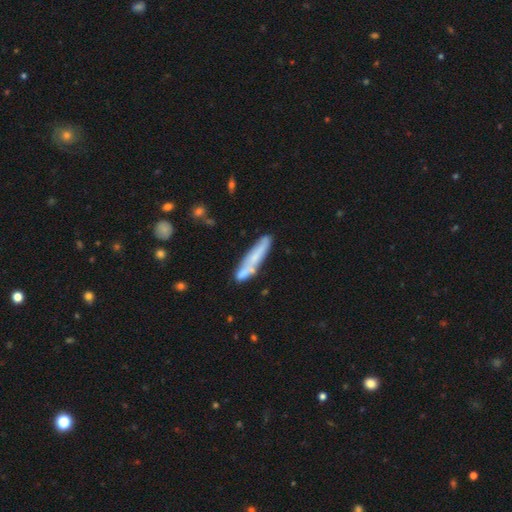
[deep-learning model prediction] Q: Smooth or featured?
A: smooth (60%); runner-up: featured or disk (34%)
Q: How rounded?
A: cigar-shaped (87%); runner-up: in between (11%)
Q: Merging?
A: none (63%); runner-up: minor disturbance (19%)